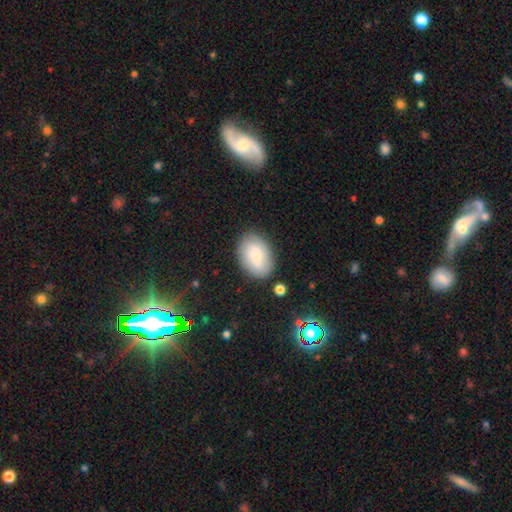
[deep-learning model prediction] A smooth galaxy with no disk features (79%) that is in between round and cigar-shaped (84%).

Vote fractions:
- Smooth or featured? smooth: 79% / featured or disk: 13% / star or artifact: 8%
- How rounded? in between: 84% / round: 15% / cigar-shaped: 1%
- Merging? none: 80% / minor disturbance: 13% / major disturbance: 4% / merger: 3%